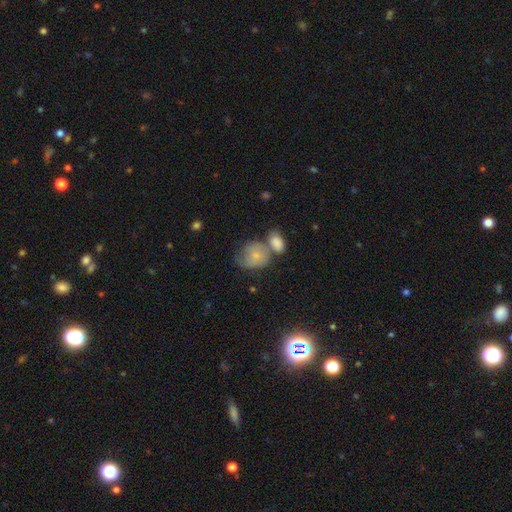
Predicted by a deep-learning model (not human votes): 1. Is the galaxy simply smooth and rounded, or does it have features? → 68% smooth, 25% featured or disk, 7% star or artifact.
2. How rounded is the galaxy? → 53% round, 46% in between, 1% cigar-shaped.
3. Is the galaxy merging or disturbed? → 40% merger, 29% none, 20% minor disturbance, 12% major disturbance.